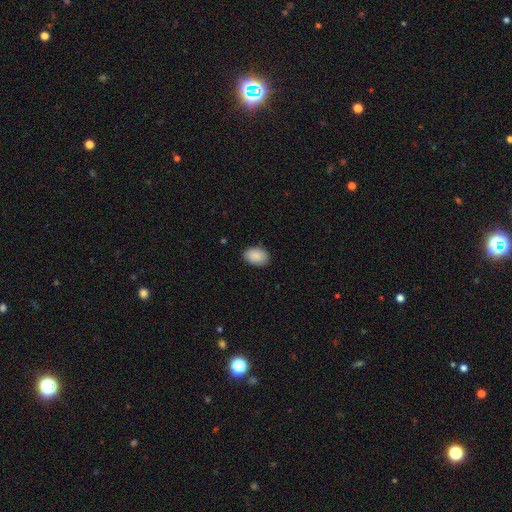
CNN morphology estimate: smooth 89%, star or artifact 7%, featured or disk 4%. Down the decision tree: how rounded — in between (86%); merging — none (84%).